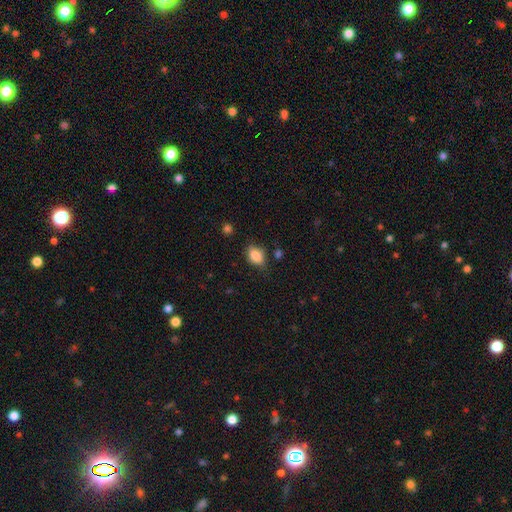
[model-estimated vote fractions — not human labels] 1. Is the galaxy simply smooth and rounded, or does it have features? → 85% smooth, 8% star or artifact, 6% featured or disk.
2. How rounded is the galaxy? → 80% in between, 19% round, 2% cigar-shaped.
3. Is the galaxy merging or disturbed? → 71% none, 22% minor disturbance, 5% major disturbance, 2% merger.